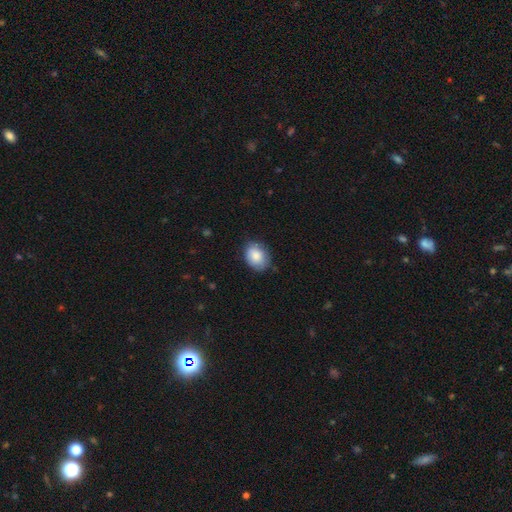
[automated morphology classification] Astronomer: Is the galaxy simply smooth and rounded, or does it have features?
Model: smooth — 83%.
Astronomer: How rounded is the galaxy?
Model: in between — 65%.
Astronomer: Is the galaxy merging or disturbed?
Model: none — 76%.